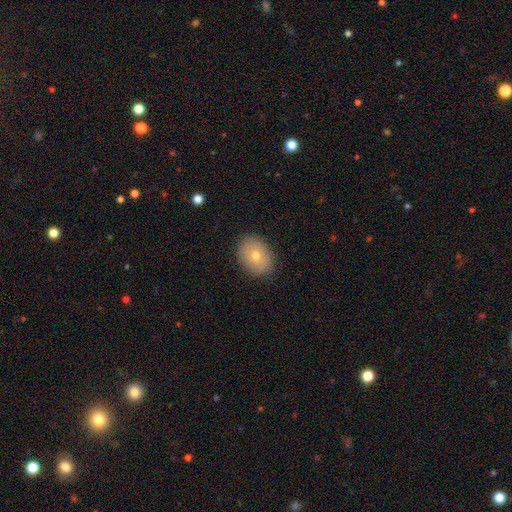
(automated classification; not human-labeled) Smooth or featured? Predicted: smooth (p=0.68). How rounded? Predicted: in between (p=0.62). Merging? Predicted: none (p=0.87).